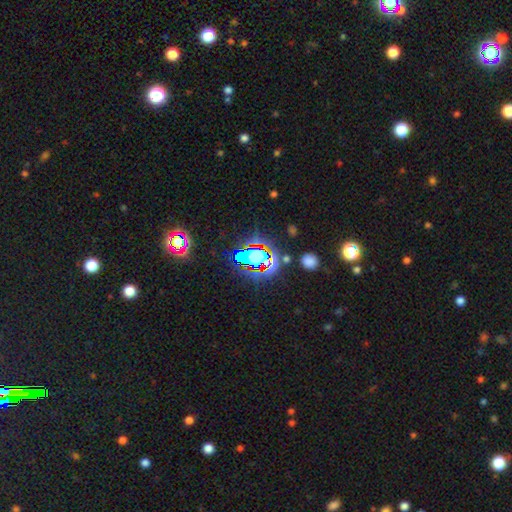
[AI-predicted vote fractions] Smooth or featured? Predicted: star or artifact (p=0.59).